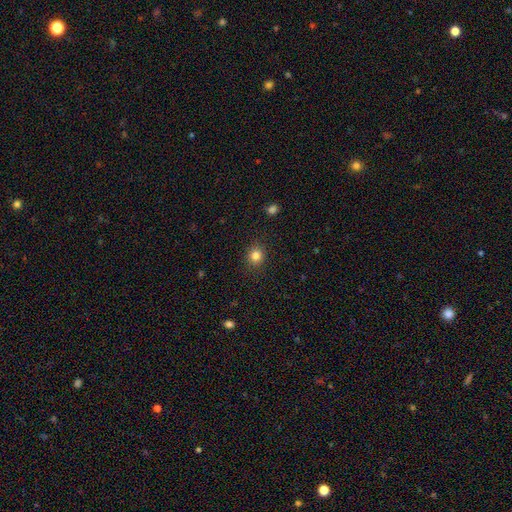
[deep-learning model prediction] smooth-or-featured: smooth: 82% | star or artifact: 12% | featured or disk: 5%
  how-rounded: round: 83% | in between: 16% | cigar-shaped: 1%
  merging: none: 89% | minor disturbance: 8% | major disturbance: 2% | merger: 1%